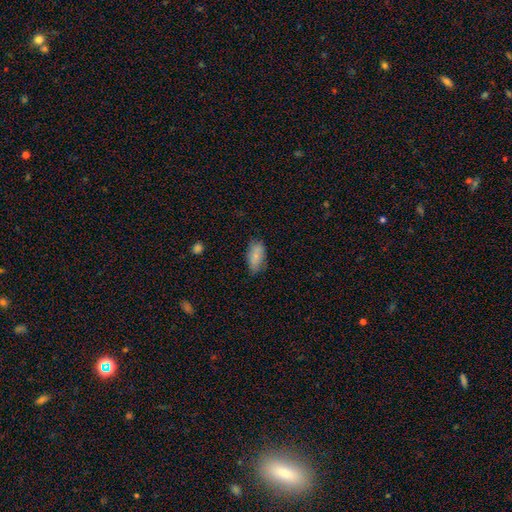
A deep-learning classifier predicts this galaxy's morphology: Smooth or featured? smooth (79%)
How rounded? in between (92%)
Merging? none (71%)